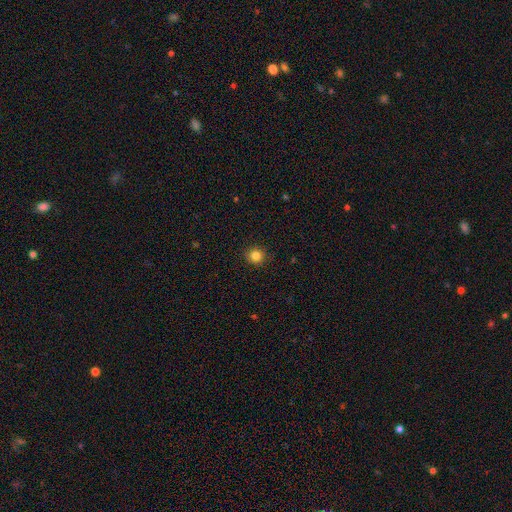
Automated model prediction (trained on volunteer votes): Smooth or featured? smooth (84%)
How rounded? round (92%)
Merging? none (91%)